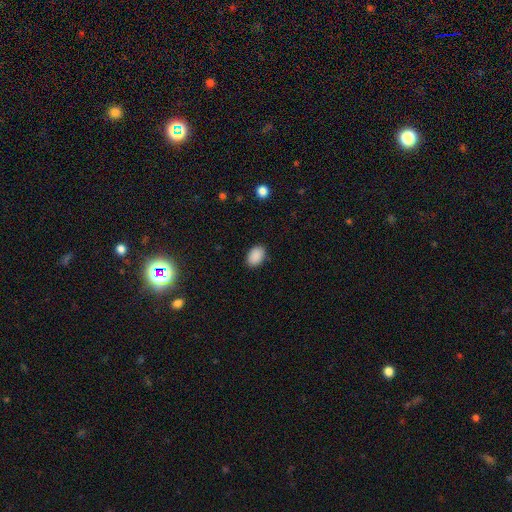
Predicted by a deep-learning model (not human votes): Overall: smooth (90%). How rounded: in between (86%). Merging: none (87%).